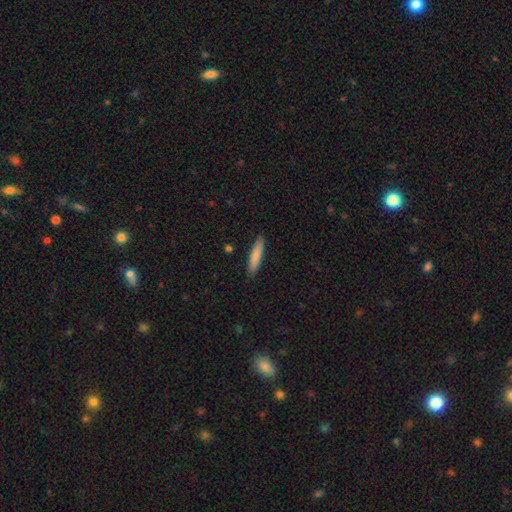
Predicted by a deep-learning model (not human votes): smooth 83%, featured or disk 11%, star or artifact 6%. Down the decision tree: how rounded — cigar-shaped (86%); merging — none (90%).